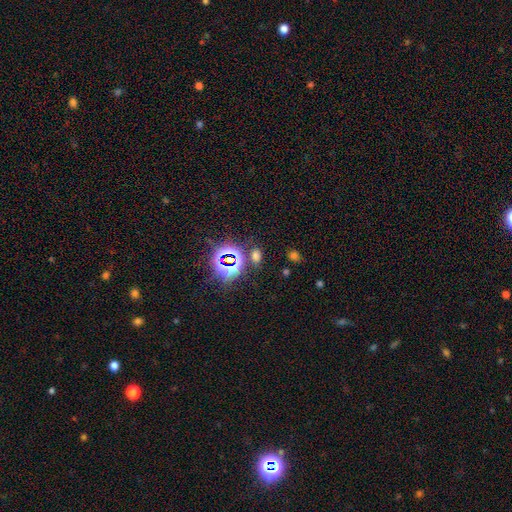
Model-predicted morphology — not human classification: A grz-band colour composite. It shows a smooth galaxy with no disk features (51%) that is in between round and cigar-shaped (75%). Merging: none (77%).